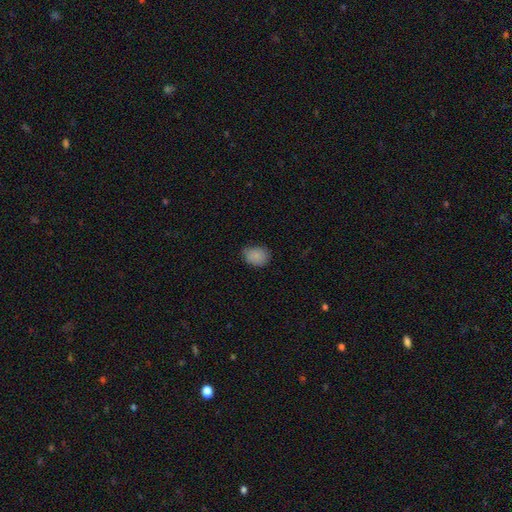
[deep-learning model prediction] Smooth or featured? Predicted: smooth (p=0.86). How rounded? Predicted: in between (p=0.56). Merging? Predicted: none (p=0.68).